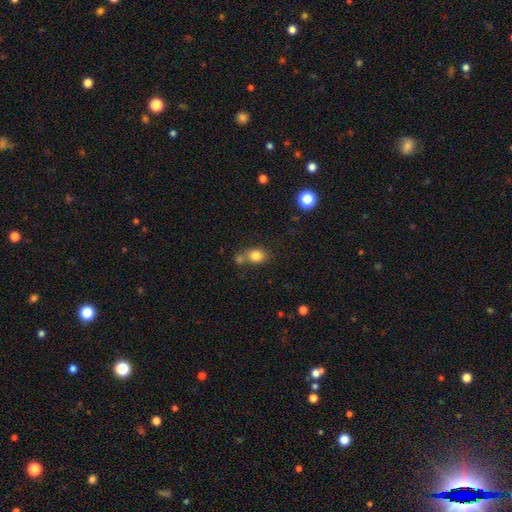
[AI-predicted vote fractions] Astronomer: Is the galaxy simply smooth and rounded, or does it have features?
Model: smooth — 82%.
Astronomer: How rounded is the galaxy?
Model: round — 51% (runner-up: in between, 48%).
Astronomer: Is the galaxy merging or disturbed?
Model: none — 53%.